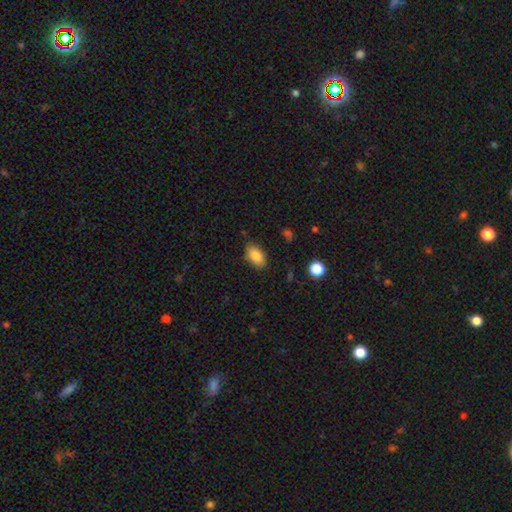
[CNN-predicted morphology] This appears to be a smooth galaxy with no disk features (86%) that is in between round and cigar-shaped (92%). Merging: none (83%).